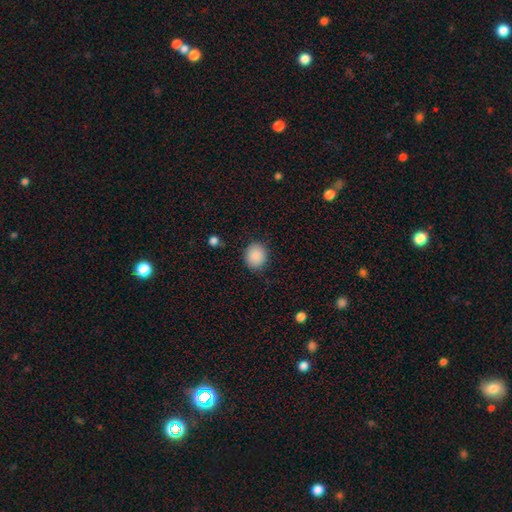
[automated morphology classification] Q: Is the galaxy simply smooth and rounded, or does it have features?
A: smooth — 89%.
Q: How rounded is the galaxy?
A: round — 74%.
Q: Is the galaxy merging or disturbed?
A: none — 88%.